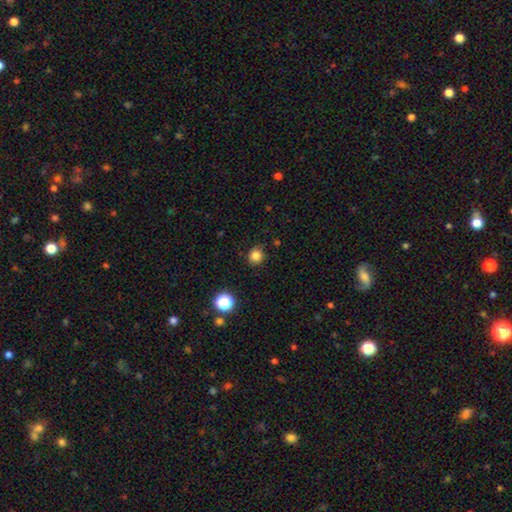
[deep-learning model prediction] Smooth or featured? Predicted: smooth (p=0.82). How rounded? Predicted: round (p=0.88). Merging? Predicted: none (p=0.88).